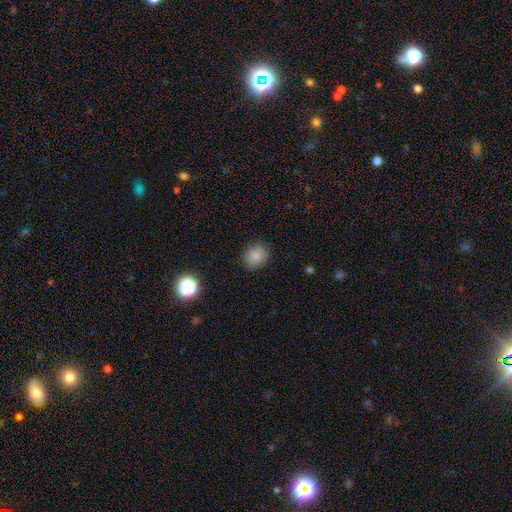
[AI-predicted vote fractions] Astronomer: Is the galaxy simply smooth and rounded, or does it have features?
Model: smooth — 84%.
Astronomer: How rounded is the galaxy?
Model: round — 61% (runner-up: in between, 38%).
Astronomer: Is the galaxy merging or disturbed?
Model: none — 87%.